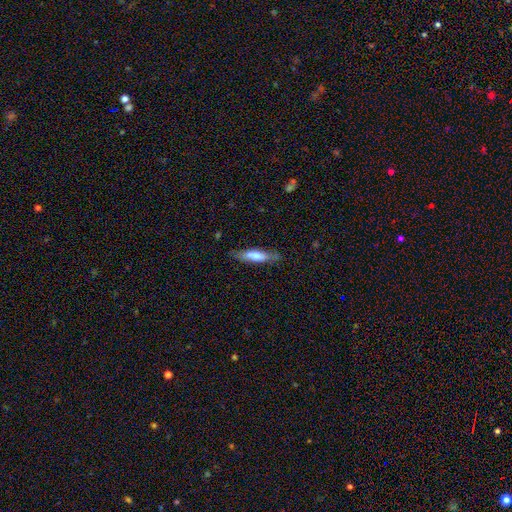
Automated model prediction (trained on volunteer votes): This appears to be a smooth galaxy with no disk features (60%) that is cigar-shaped (75%). Merging: none (79%).